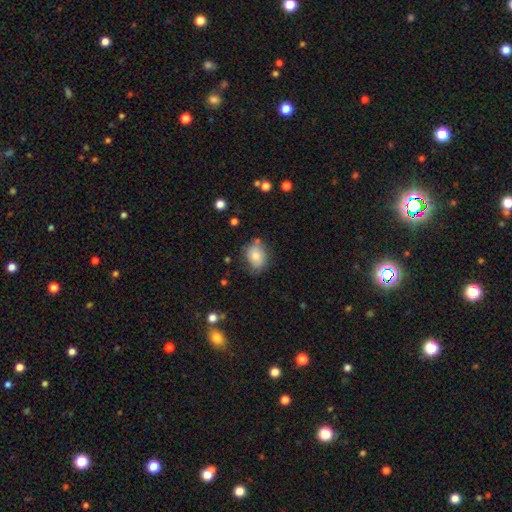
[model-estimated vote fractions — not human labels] Smooth or featured?
  - smooth: 76% *
  - featured or disk: 16%
  - star or artifact: 8%
How rounded?
  - in between: 67% *
  - round: 32%
  - cigar-shaped: 1%
Merging?
  - none: 66% *
  - minor disturbance: 24%
  - major disturbance: 6%
  - merger: 5%